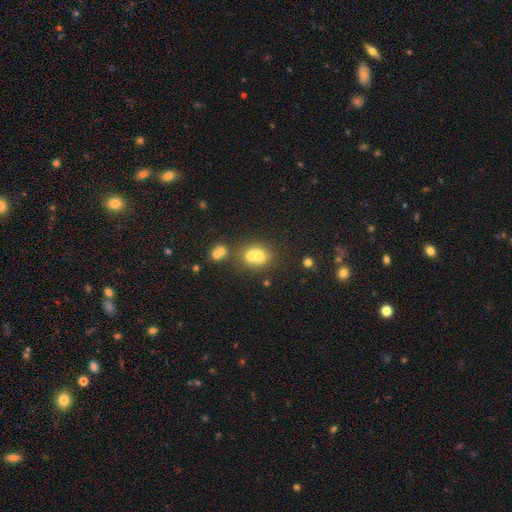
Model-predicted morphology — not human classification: Smooth or featured?
  - smooth: 66% *
  - featured or disk: 21%
  - star or artifact: 12%
How rounded?
  - round: 69% *
  - in between: 30%
  - cigar-shaped: 1%
Merging?
  - merger: 60% *
  - none: 30%
  - minor disturbance: 7%
  - major disturbance: 3%